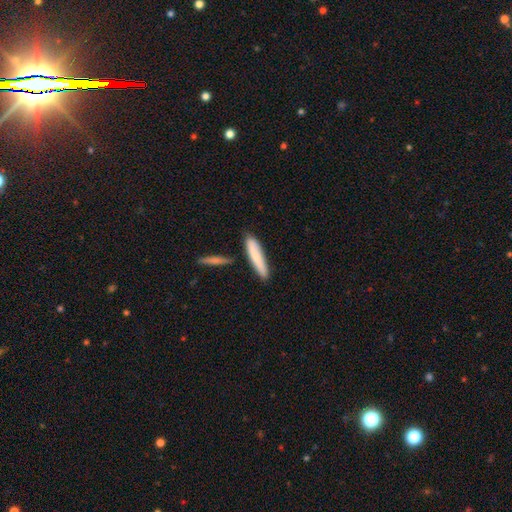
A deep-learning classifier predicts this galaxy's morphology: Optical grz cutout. It shows a smooth galaxy with no disk features (77%) that is cigar-shaped (85%). Merging: none (78%).